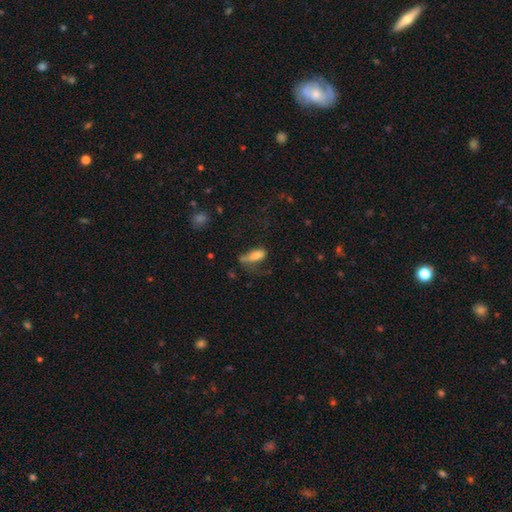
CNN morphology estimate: A smooth galaxy with no disk features (72%) that is in between round and cigar-shaped (62%).

Vote fractions:
- Smooth or featured? smooth: 72% / featured or disk: 18% / star or artifact: 9%
- How rounded? in between: 62% / cigar-shaped: 35% / round: 3%
- Merging? none: 33% (tied) / major disturbance: 33% (tied) / minor disturbance: 30% / merger: 5%